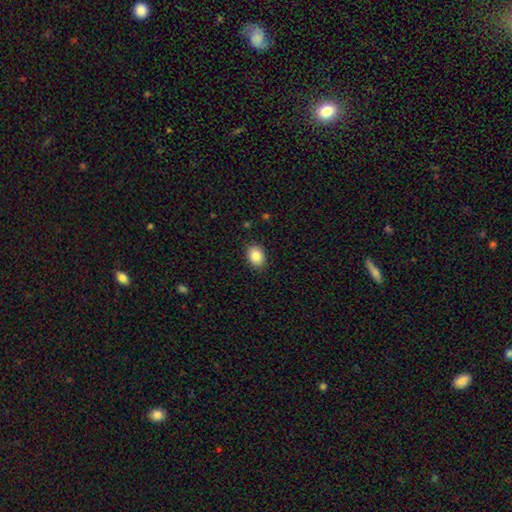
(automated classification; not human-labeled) The model was most divided on "how rounded": in between: 67%, round: 32%, cigar-shaped: 1%. More confident: merging — none (88%); smooth or featured — smooth (86%).